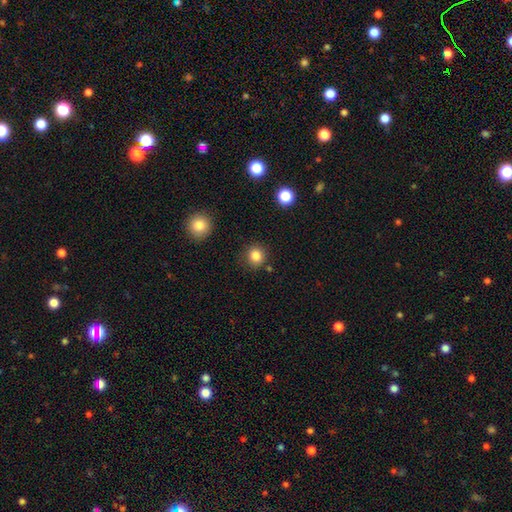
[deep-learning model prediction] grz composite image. It shows a smooth galaxy with no disk features (85%) that is round (90%). Merging: none (86%).